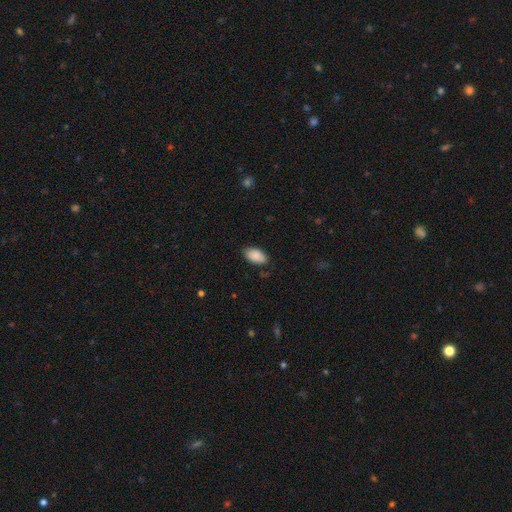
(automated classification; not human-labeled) smooth-or-featured: smooth: 89% | star or artifact: 6% | featured or disk: 5%
  how-rounded: in between: 94% | round: 4% | cigar-shaped: 2%
  merging: none: 79% | minor disturbance: 17% | major disturbance: 3% | merger: 1%